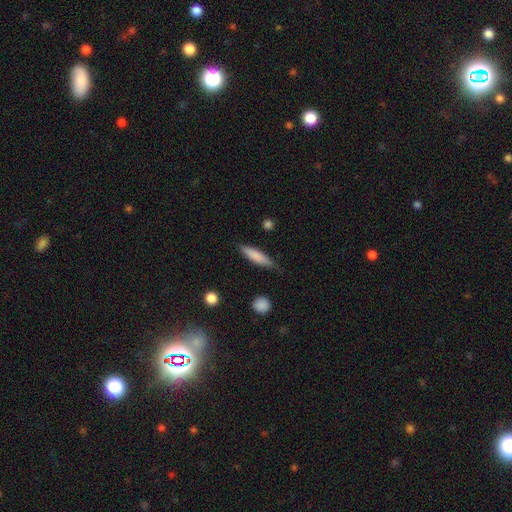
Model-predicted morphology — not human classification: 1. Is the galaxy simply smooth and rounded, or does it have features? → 78% smooth, 16% featured or disk, 6% star or artifact.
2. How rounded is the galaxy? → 79% cigar-shaped, 19% in between, 2% round.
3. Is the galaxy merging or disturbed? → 79% none, 16% minor disturbance, 3% major disturbance, 2% merger.